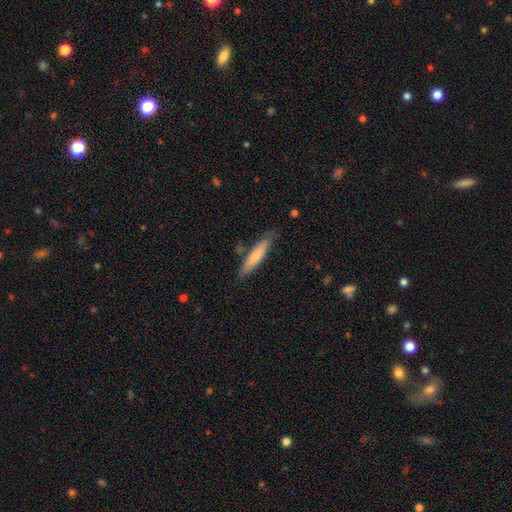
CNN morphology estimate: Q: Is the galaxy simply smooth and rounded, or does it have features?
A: smooth — 71%.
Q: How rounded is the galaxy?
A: cigar-shaped — 86%.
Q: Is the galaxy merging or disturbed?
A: none — 78%.